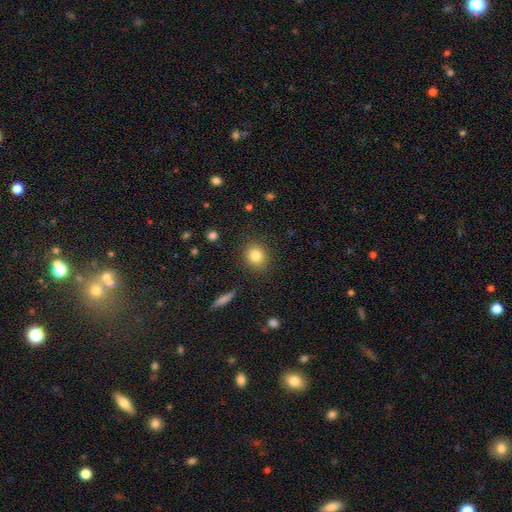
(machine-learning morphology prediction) smooth-or-featured: smooth: 82% | star or artifact: 10% | featured or disk: 8%
  how-rounded: round: 71% | in between: 28% | cigar-shaped: 1%
  merging: none: 87% | minor disturbance: 8% | major disturbance: 3% | merger: 2%